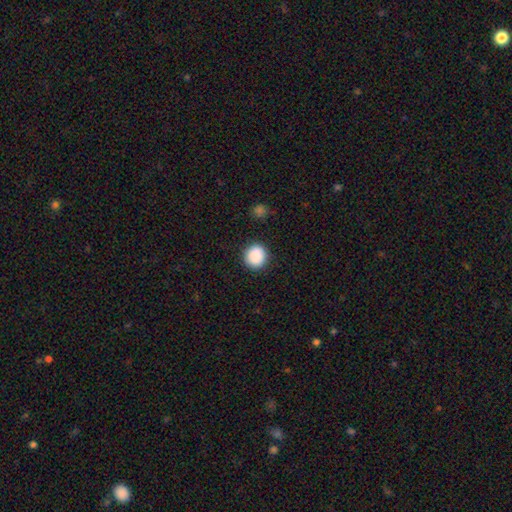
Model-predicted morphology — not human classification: type=smooth (89%); roundness=round (92%); merging=none (91%).